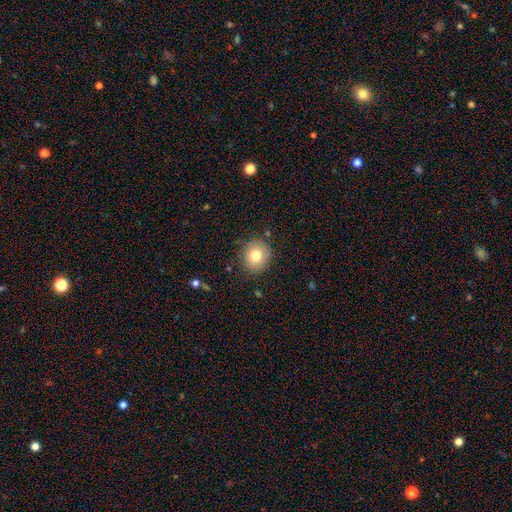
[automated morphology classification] Q: Smooth or featured?
A: smooth (77%); runner-up: featured or disk (12%)
Q: How rounded?
A: round (81%); runner-up: in between (18%)
Q: Merging?
A: none (87%); runner-up: minor disturbance (9%)